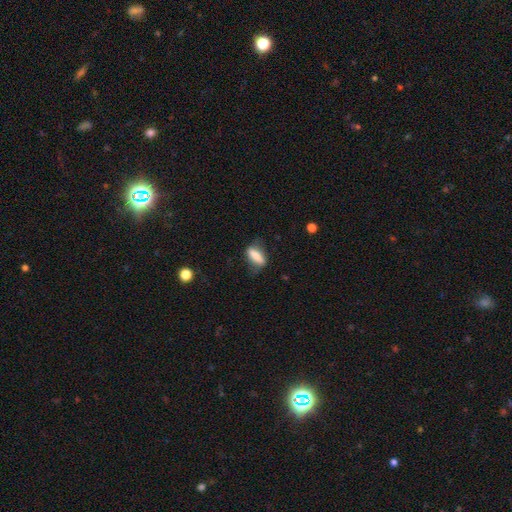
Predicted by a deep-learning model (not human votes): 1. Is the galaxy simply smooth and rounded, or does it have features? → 72% smooth, 20% featured or disk, 8% star or artifact.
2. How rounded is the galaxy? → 59% in between, 37% cigar-shaped, 4% round.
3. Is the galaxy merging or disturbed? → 63% none, 24% minor disturbance, 11% major disturbance, 2% merger.